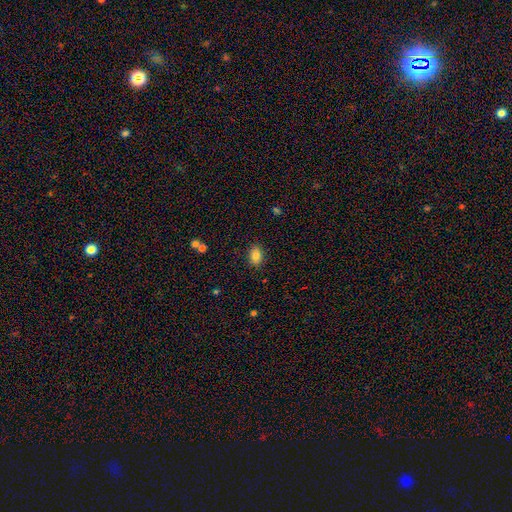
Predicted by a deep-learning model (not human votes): Smooth or featured? Predicted: smooth (p=0.85). How rounded? Predicted: in between (p=0.84). Merging? Predicted: none (p=0.86).